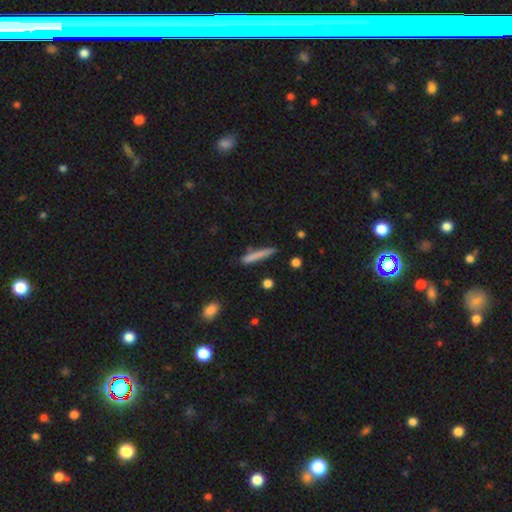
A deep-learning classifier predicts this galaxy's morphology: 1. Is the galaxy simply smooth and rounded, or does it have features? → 75% smooth, 18% featured or disk, 7% star or artifact.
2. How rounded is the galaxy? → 94% cigar-shaped, 4% in between, 2% round.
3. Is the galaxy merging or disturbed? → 80% none, 14% minor disturbance, 3% merger, 3% major disturbance.